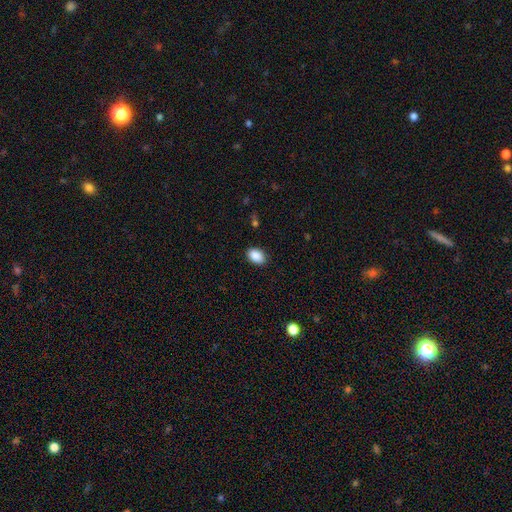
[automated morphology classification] Smooth or featured? smooth (90%)
How rounded? in between (84%)
Merging? none (87%)